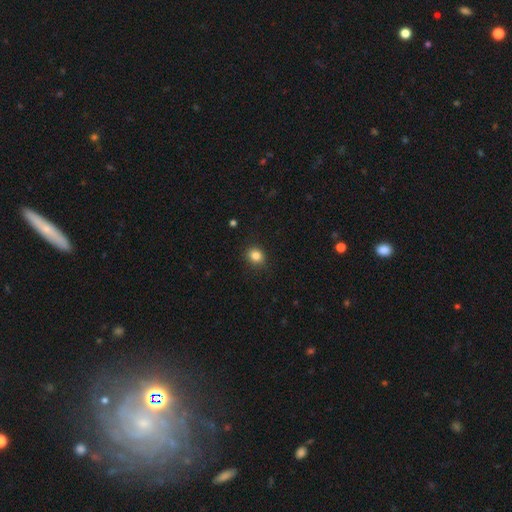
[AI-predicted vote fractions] The model was most divided on "how rounded": round: 73%, in between: 26%, cigar-shaped: 1%. More confident: merging — none (89%); smooth or featured — smooth (84%).